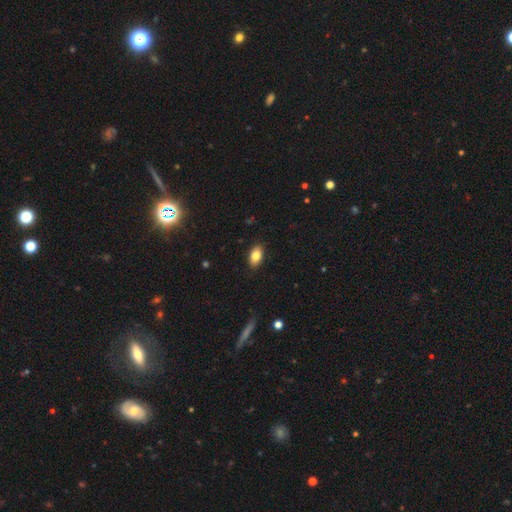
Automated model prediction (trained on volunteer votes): smooth 82%, featured or disk 10%, star or artifact 8%. Down the decision tree: how rounded — in between (91%); merging — none (89%).